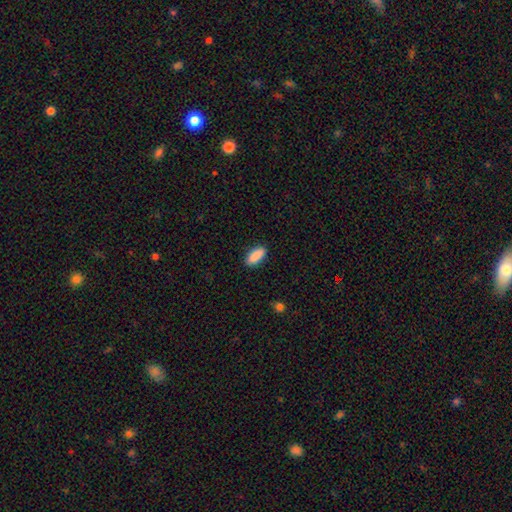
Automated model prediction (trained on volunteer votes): This appears to be a smooth galaxy with no disk features (90%) that is in between round and cigar-shaped (83%). Merging: none (88%).